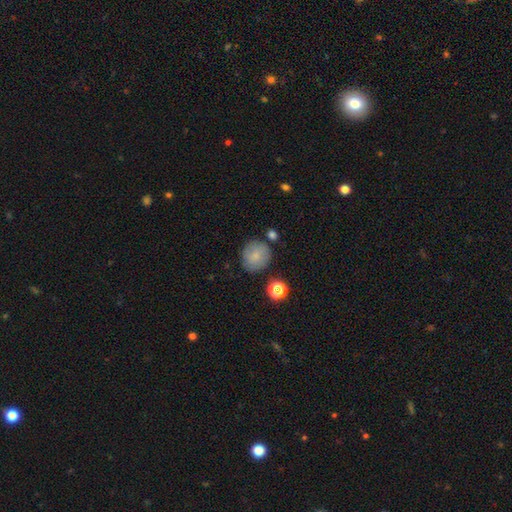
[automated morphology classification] Smooth or featured?
  - smooth: 76% *
  - featured or disk: 14%
  - star or artifact: 10%
How rounded?
  - round: 88% *
  - in between: 11%
  - cigar-shaped: 1%
Merging?
  - none: 75% *
  - minor disturbance: 15%
  - merger: 6%
  - major disturbance: 4%